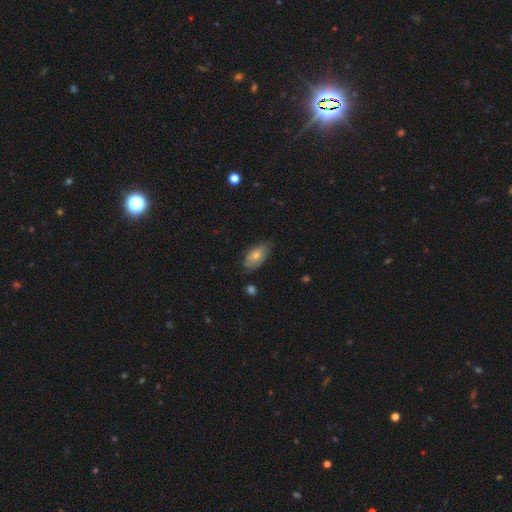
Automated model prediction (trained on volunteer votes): A smooth galaxy with no disk features (69%) that is in between round and cigar-shaped (93%).

Vote fractions:
- Smooth or featured? smooth: 69% / featured or disk: 24% / star or artifact: 7%
- How rounded? in between: 93% / round: 4% / cigar-shaped: 3%
- Merging? none: 66% / minor disturbance: 27% / major disturbance: 5% / merger: 2%